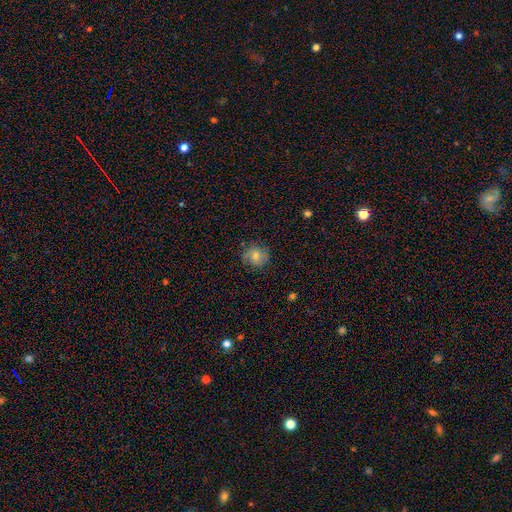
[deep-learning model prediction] smooth_or_featured: smooth (p=0.62) [alt: featured or disk p=0.25]
how_rounded: round (p=0.82) [alt: in between p=0.17]
merging: none (p=0.78) [alt: minor disturbance p=0.16]